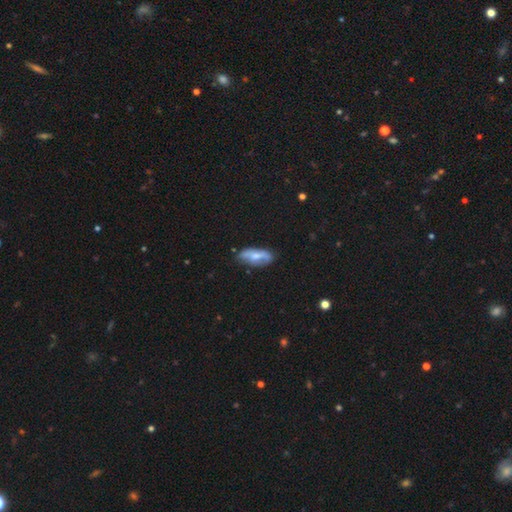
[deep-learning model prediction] Smooth or featured: smooth — 53% (featured or disk — 40%)
How rounded: in between — 78% (cigar-shaped — 19%)
Merging: none — 64% (minor disturbance — 26%)